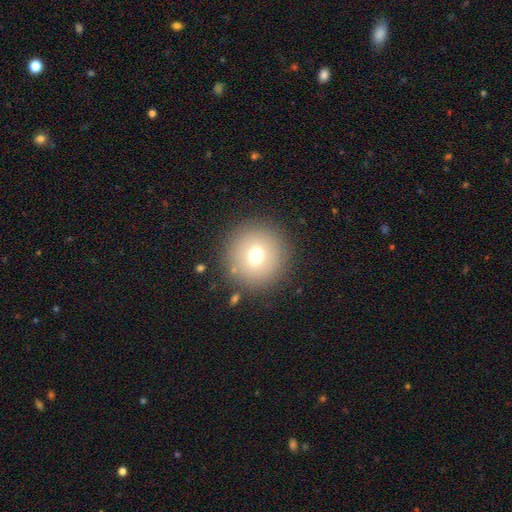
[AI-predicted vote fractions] Overall: smooth (70%). How rounded: round (95%). Merging: none (88%).